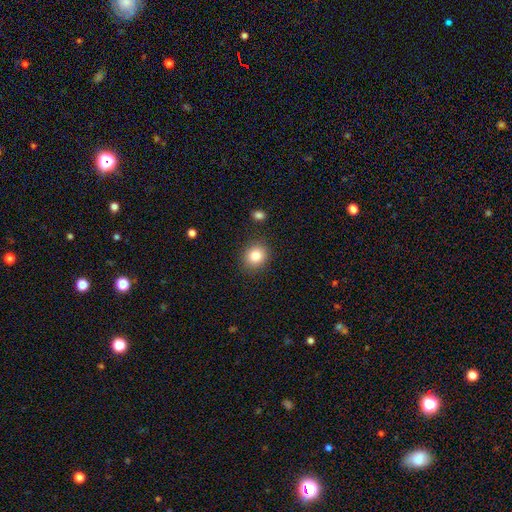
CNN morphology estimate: Smooth or featured?
  - smooth: 84% *
  - star or artifact: 10%
  - featured or disk: 6%
How rounded?
  - round: 73% *
  - in between: 27%
  - cigar-shaped: 1%
Merging?
  - none: 87% *
  - minor disturbance: 9%
  - major disturbance: 3%
  - merger: 2%